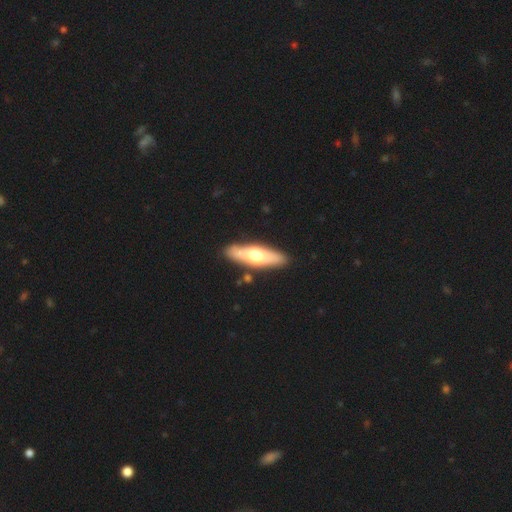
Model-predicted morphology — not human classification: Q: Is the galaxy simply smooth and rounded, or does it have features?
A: smooth — 48%.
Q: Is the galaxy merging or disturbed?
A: none — 87%.